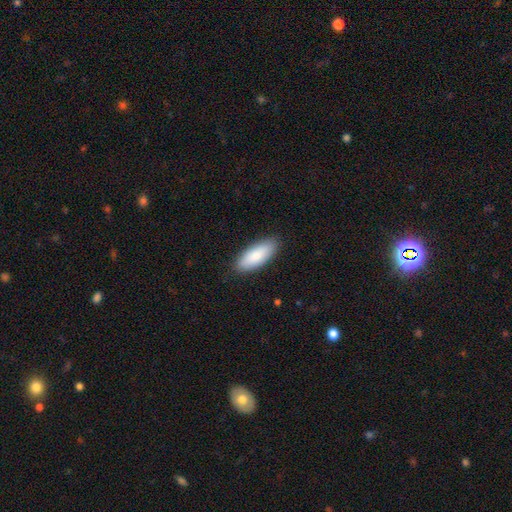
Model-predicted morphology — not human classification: Smooth or featured? Predicted: smooth (p=0.85). How rounded? Predicted: in between (p=0.75). Merging? Predicted: none (p=0.88).